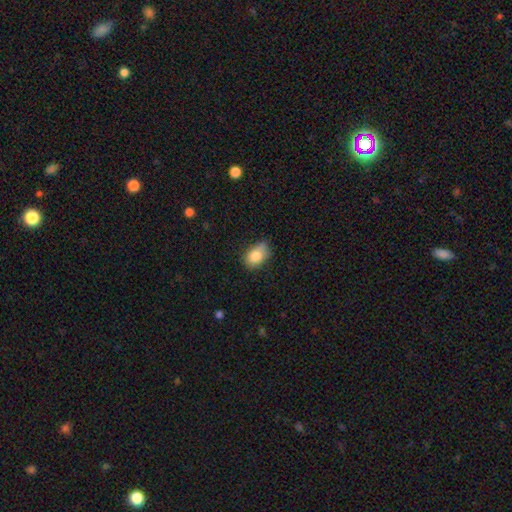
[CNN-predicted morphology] smooth_or_featured: smooth (p=0.82) [alt: featured or disk p=0.10]
how_rounded: in between (p=0.82) [alt: round p=0.17]
merging: none (p=0.59) [alt: minor disturbance p=0.31]